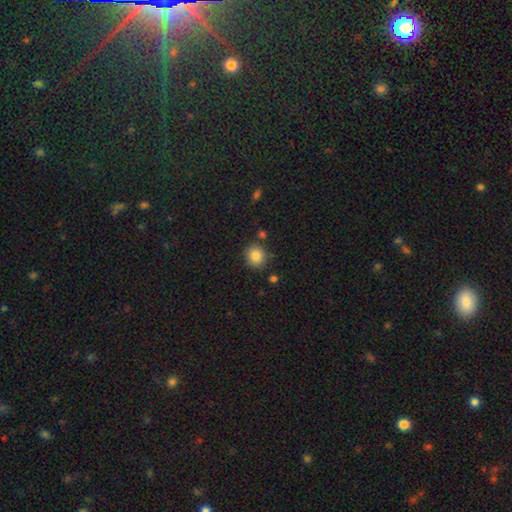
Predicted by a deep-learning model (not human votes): smooth 85%, star or artifact 10%, featured or disk 5%. Down the decision tree: how rounded — round (83%); merging — none (84%).